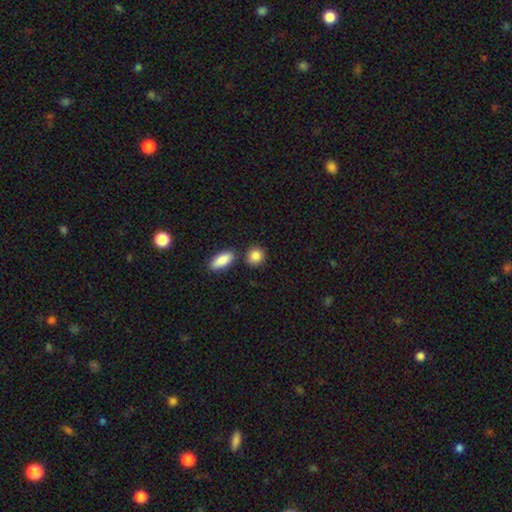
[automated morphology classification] The model was most divided on "how rounded": round: 72%, in between: 25%, cigar-shaped: 3%. More confident: smooth or featured — smooth (87%); merging — none (76%).